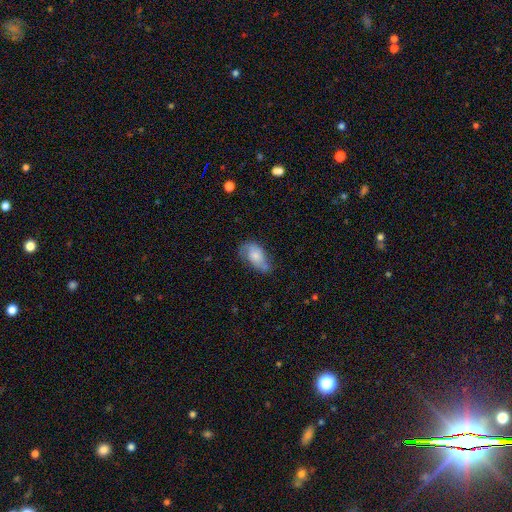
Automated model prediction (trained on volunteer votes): The model was most divided on "merging": none: 49%, minor disturbance: 34%, major disturbance: 13%, merger: 4%. More confident: how rounded — in between (91%); smooth or featured — smooth (60%).